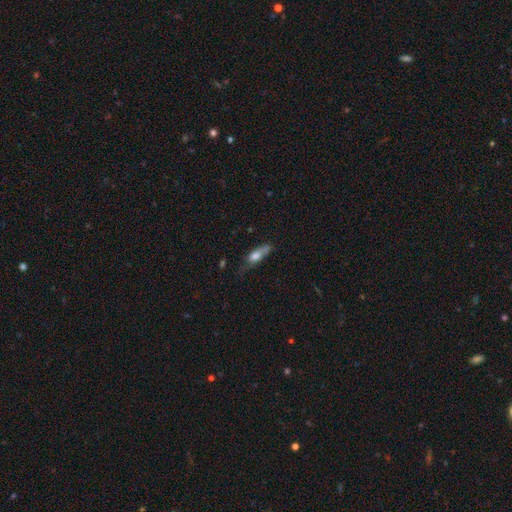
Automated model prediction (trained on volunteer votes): Morphology: type=smooth (68%); roundness=in between (60%); merging=none (41%).